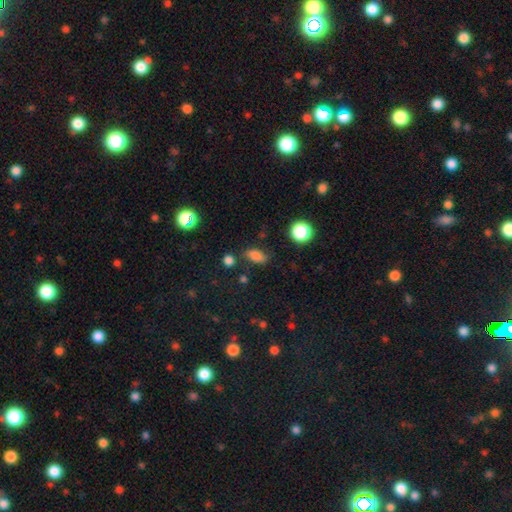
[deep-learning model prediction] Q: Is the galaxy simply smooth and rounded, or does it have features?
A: smooth — 79%.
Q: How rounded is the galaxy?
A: in between — 82%.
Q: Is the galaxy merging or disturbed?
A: none — 73%.